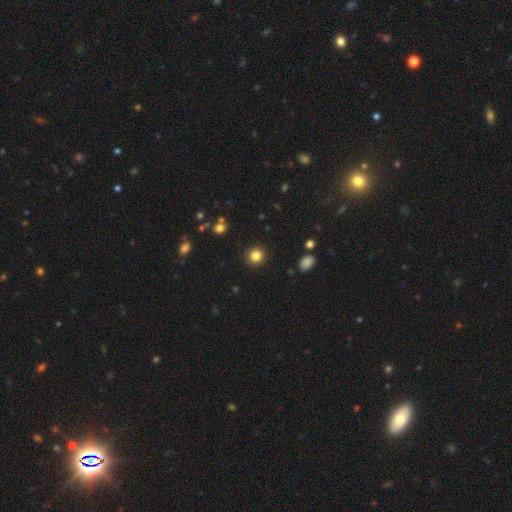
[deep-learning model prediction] This appears to be a smooth galaxy with no disk features (83%) that is round (92%). Merging: none (91%).